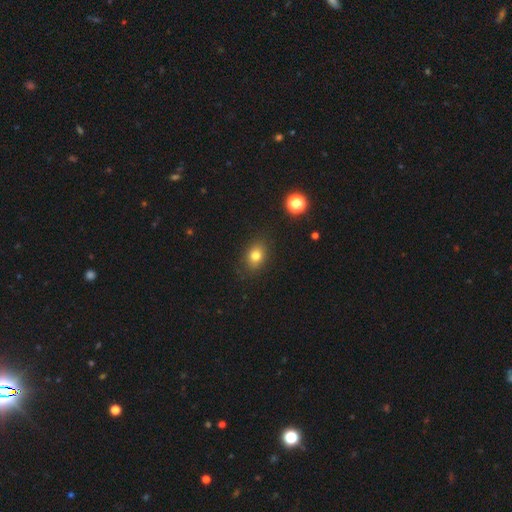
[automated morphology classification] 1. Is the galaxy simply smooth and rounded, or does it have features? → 78% smooth, 13% star or artifact, 9% featured or disk.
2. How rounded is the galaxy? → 56% in between, 43% round, 1% cigar-shaped.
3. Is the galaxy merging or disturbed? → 86% none, 10% minor disturbance, 3% major disturbance, 1% merger.